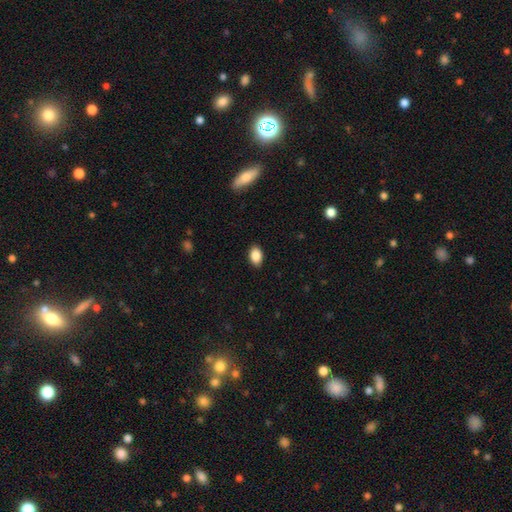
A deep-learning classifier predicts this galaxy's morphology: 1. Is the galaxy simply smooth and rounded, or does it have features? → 88% smooth, 7% star or artifact, 4% featured or disk.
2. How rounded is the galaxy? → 87% in between, 11% round, 1% cigar-shaped.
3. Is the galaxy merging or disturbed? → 89% none, 8% minor disturbance, 2% major disturbance, 1% merger.